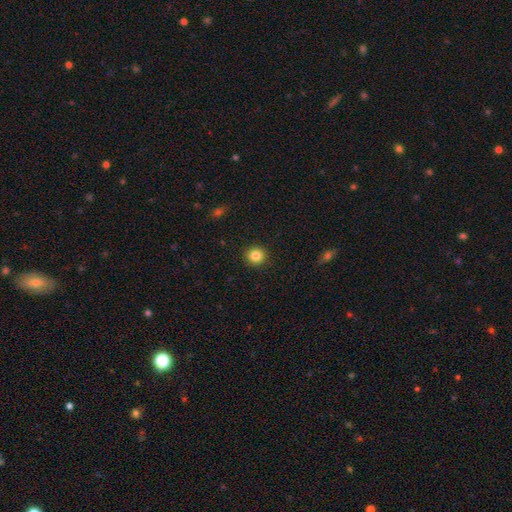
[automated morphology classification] A smooth galaxy with no disk features (84%) that is round (92%). Merging: none (92%).